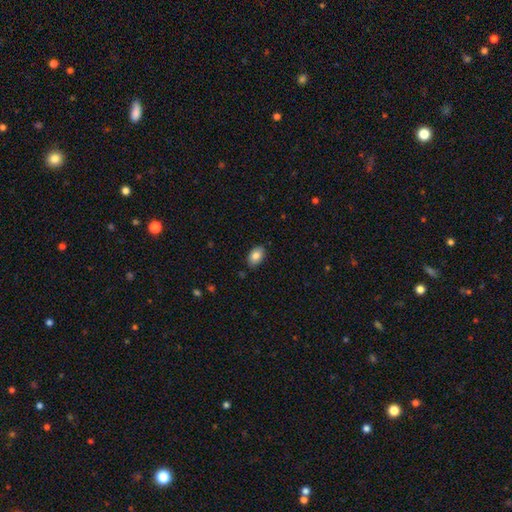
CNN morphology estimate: Smooth or featured: smooth — 84% (featured or disk — 9%)
How rounded: in between — 88% (round — 10%)
Merging: none — 85% (minor disturbance — 11%)